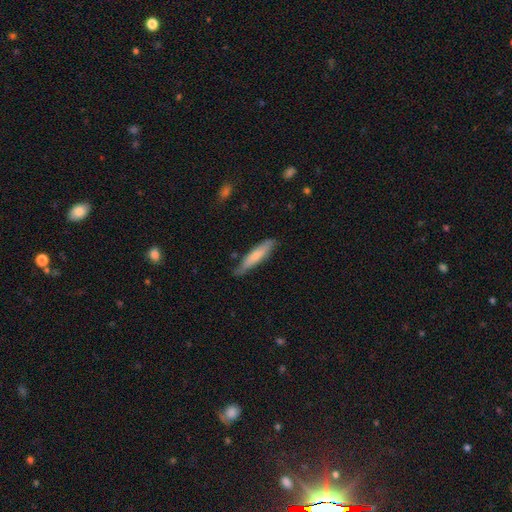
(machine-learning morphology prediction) A smooth galaxy with no disk features (69%) that is cigar-shaped (84%). Merging: none (77%).